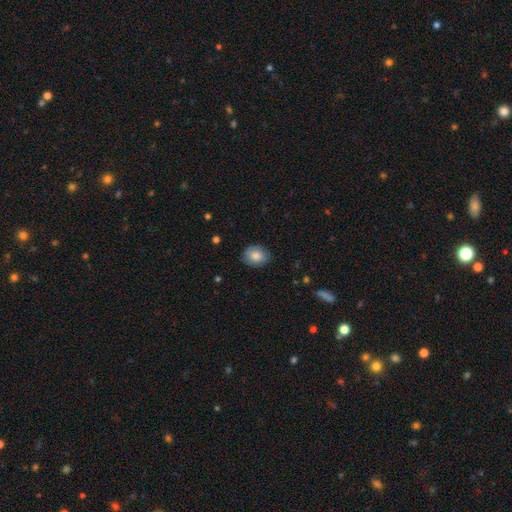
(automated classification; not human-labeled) smooth-or-featured: smooth: 82% | featured or disk: 11% | star or artifact: 8%
  how-rounded: round: 50% | in between: 49% | cigar-shaped: 1%
  merging: none: 84% | minor disturbance: 12% | major disturbance: 3% | merger: 1%